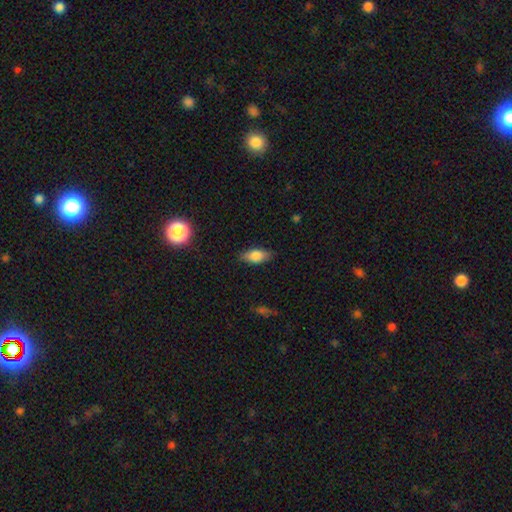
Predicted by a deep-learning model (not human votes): The model was most divided on "smooth or featured": smooth: 76%, featured or disk: 16%, star or artifact: 8%. More confident: merging — none (84%); how rounded — in between (83%).